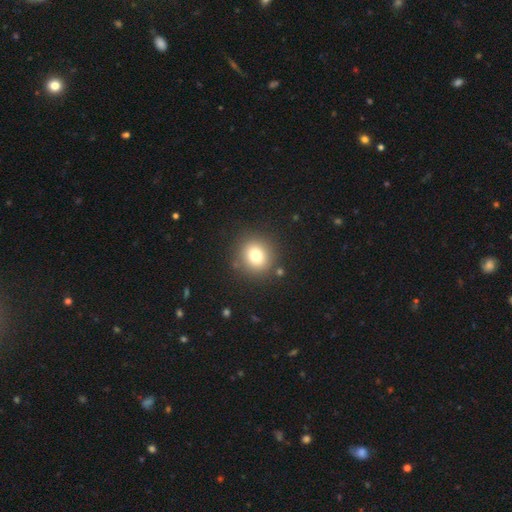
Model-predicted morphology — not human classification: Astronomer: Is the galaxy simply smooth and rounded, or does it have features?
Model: smooth — 78%.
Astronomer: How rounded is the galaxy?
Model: round — 85%.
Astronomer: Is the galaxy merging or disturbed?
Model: none — 86%.